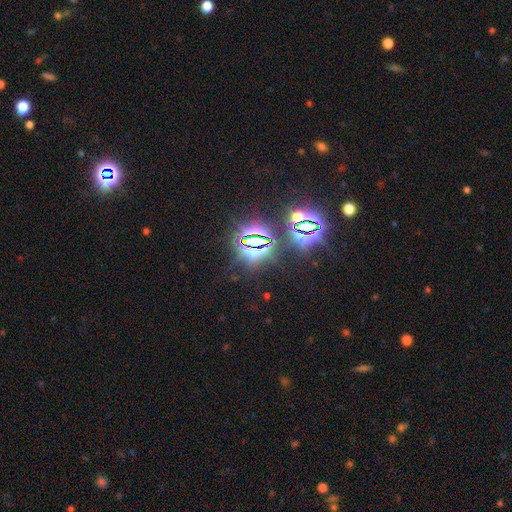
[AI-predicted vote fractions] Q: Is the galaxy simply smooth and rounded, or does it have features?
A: star or artifact — 82%.